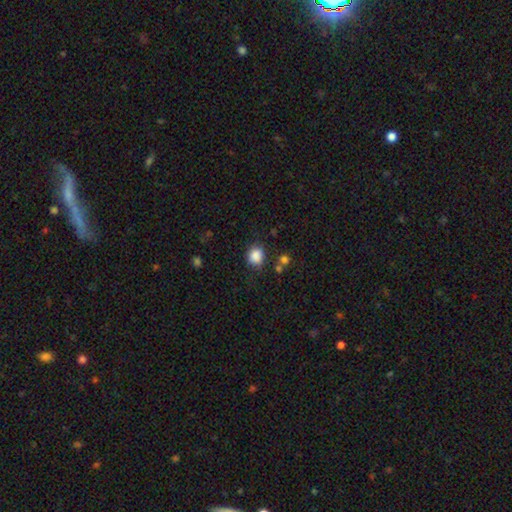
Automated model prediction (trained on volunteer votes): smooth 86%, star or artifact 10%, featured or disk 4%. Down the decision tree: how rounded — round (67%); merging — none (73%).